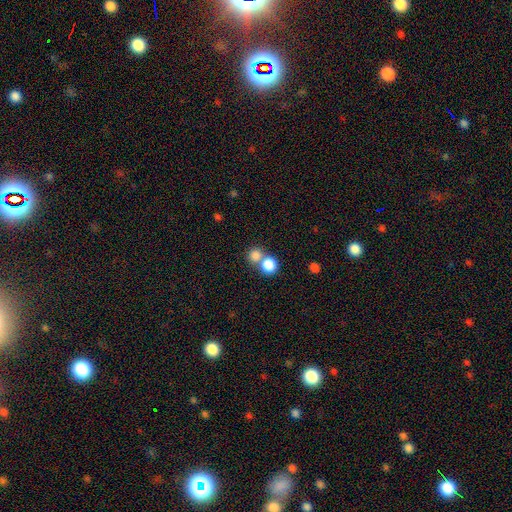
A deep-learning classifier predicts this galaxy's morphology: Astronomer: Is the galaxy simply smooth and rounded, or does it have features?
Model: smooth — 82%.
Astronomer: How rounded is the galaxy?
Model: round — 86%.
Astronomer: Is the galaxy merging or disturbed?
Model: merger — 47% (runner-up: none, 45%).